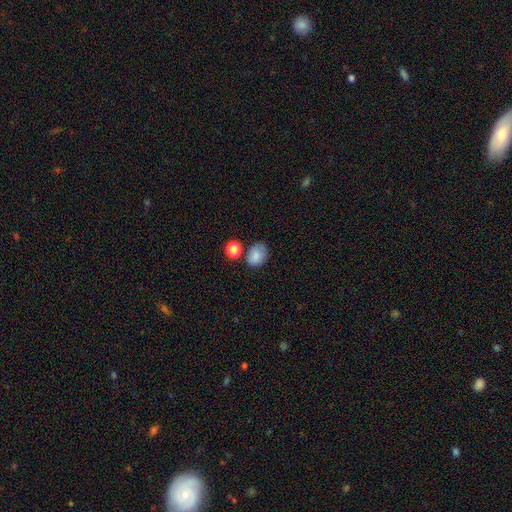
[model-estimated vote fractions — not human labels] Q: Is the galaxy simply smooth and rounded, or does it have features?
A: smooth — 83%.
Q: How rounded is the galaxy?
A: in between — 69%.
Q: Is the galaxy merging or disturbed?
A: none — 64%.